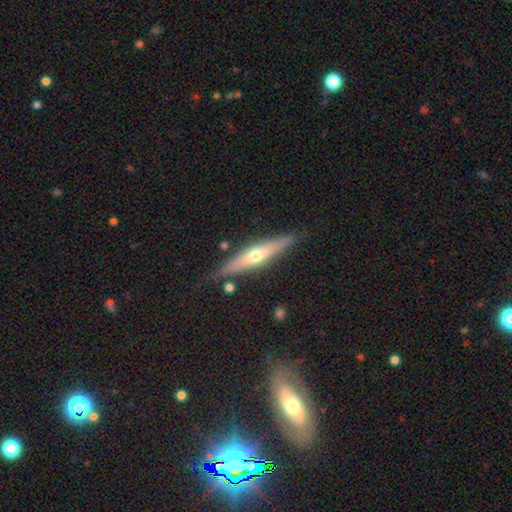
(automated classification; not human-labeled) Smooth or featured: featured or disk — 59% (smooth — 35%)
Edge-on disk: yes — 91% (no — 9%)
Edge-on bulge: rounded — 86% (none — 11%)
Merging: none — 82% (minor disturbance — 12%)